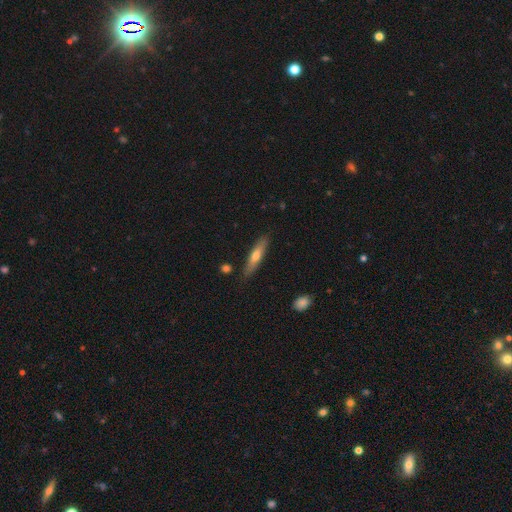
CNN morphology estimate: This appears to be a smooth galaxy with no disk features (55%) that is cigar-shaped (82%). Merging: none (85%).